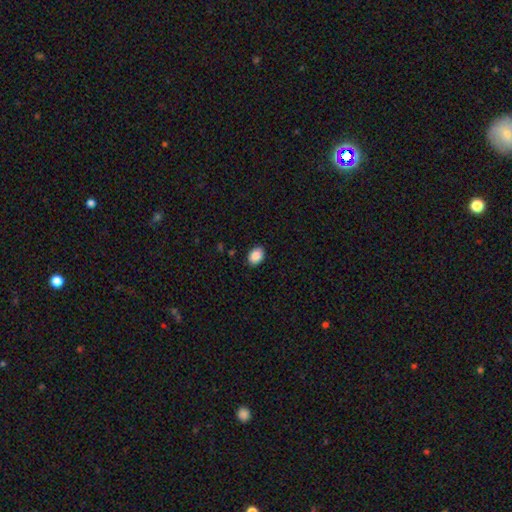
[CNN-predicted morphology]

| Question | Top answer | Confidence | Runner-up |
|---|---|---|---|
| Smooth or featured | smooth | 89% | star or artifact (7%) |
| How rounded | in between | 74% | round (25%) |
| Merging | none | 88% | minor disturbance (9%) |